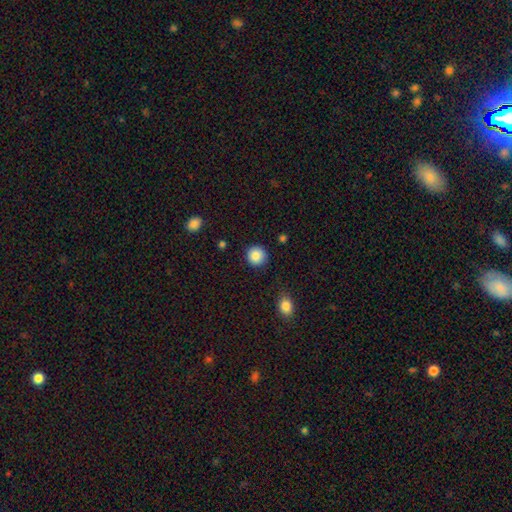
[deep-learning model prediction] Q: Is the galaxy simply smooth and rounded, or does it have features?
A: smooth — 87%.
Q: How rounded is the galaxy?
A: round — 93%.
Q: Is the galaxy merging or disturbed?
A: none — 89%.